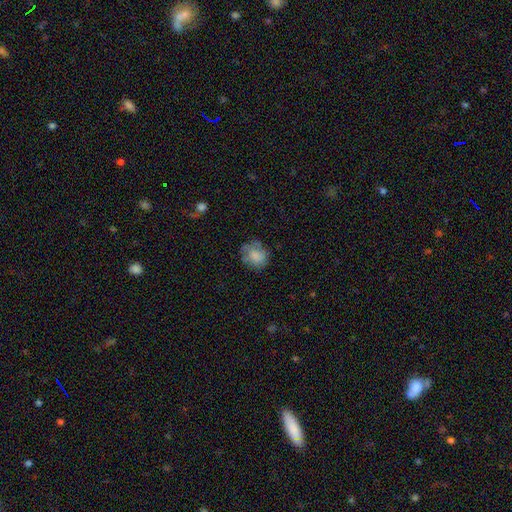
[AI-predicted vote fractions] A smooth galaxy with no disk features (75%) that is round (64%).

Vote fractions:
- Smooth or featured? smooth: 75% / featured or disk: 16% / star or artifact: 8%
- How rounded? round: 64% / in between: 35% / cigar-shaped: 1%
- Merging? none: 64% / minor disturbance: 24% / major disturbance: 11% / merger: 2%